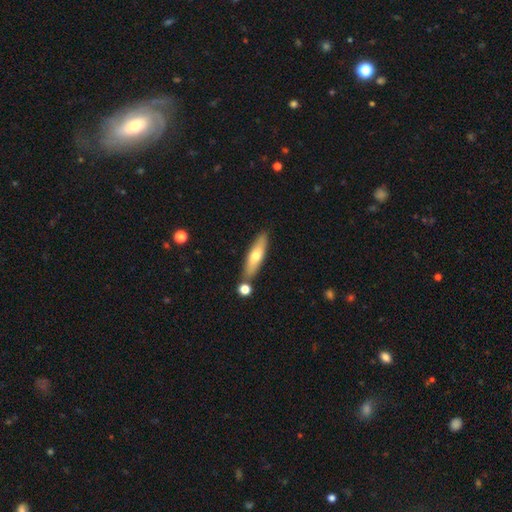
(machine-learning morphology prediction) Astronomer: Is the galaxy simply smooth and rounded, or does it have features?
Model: smooth — 59% (runner-up: featured or disk, 35%).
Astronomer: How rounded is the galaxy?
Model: cigar-shaped — 69%.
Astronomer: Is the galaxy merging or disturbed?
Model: none — 79%.